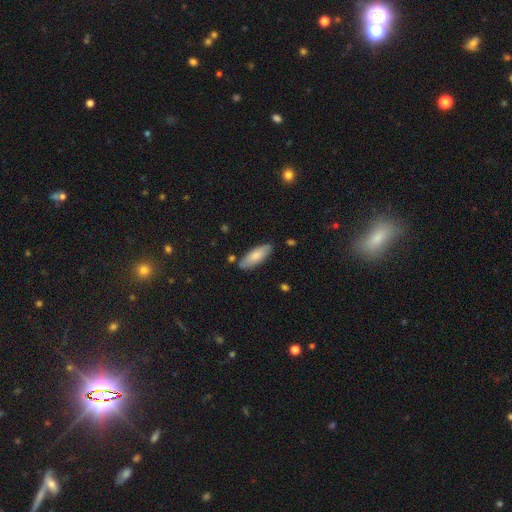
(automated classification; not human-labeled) Smooth or featured?
  - smooth: 78% *
  - featured or disk: 16%
  - star or artifact: 6%
How rounded?
  - in between: 67% *
  - cigar-shaped: 32%
  - round: 2%
Merging?
  - none: 81% *
  - minor disturbance: 14%
  - merger: 3%
  - major disturbance: 2%